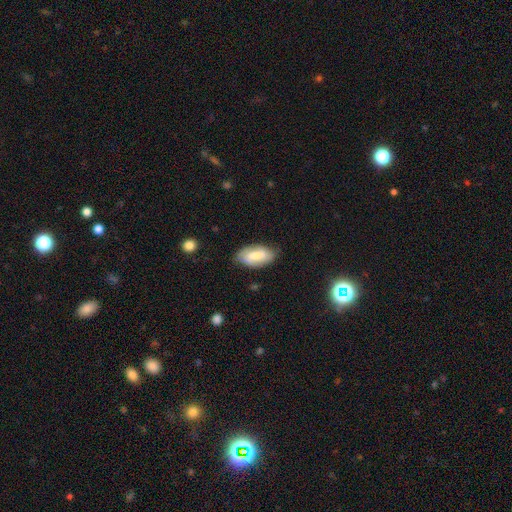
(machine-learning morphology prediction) Smooth or featured?
  - smooth: 62% *
  - featured or disk: 32%
  - star or artifact: 7%
How rounded?
  - in between: 93% *
  - cigar-shaped: 4%
  - round: 3%
Merging?
  - none: 70% *
  - minor disturbance: 24%
  - major disturbance: 5%
  - merger: 2%